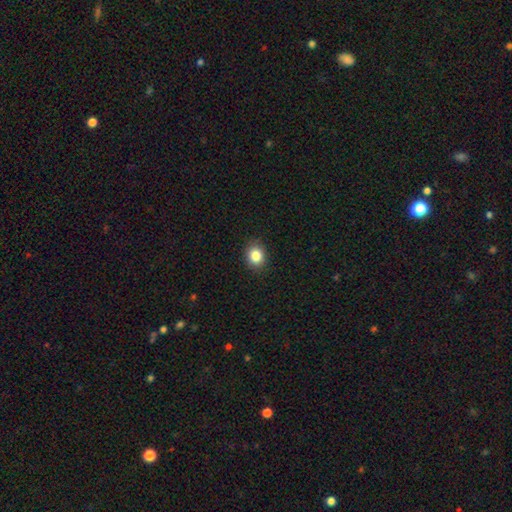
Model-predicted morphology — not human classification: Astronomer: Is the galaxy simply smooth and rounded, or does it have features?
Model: smooth — 84%.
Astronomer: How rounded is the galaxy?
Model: round — 67%.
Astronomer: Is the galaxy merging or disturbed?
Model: none — 89%.